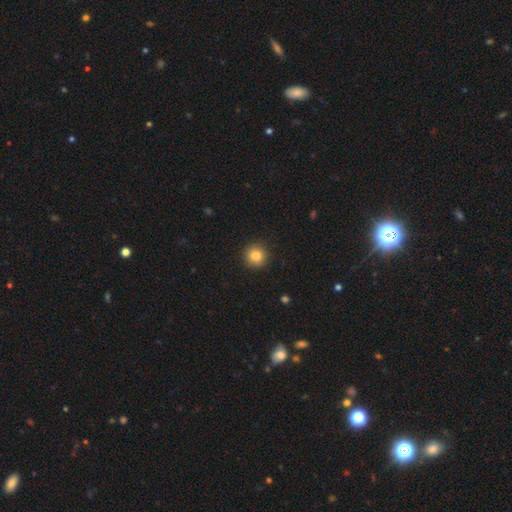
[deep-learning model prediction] smooth-or-featured: smooth: 84% | star or artifact: 10% | featured or disk: 6%
  how-rounded: round: 93% | in between: 6% | cigar-shaped: 1%
  merging: none: 91% | minor disturbance: 6% | major disturbance: 2% | merger: 1%